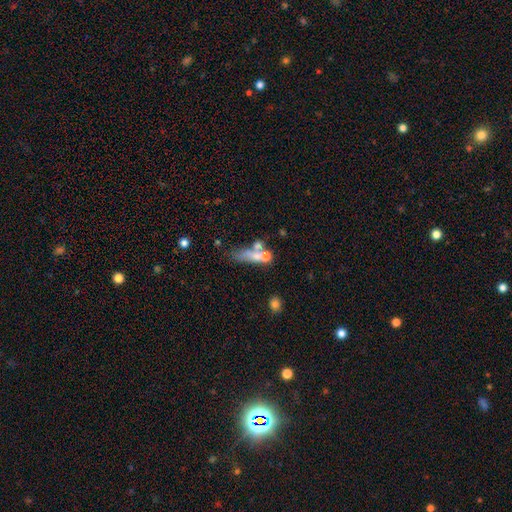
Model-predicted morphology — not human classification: Smooth or featured?
  - smooth: 53% *
  - featured or disk: 32%
  - star or artifact: 15%
How rounded?
  - in between: 42% *
  - cigar-shaped: 37%
  - round: 20%
Merging?
  - merger: 37% *
  - none: 32%
  - major disturbance: 16%
  - minor disturbance: 15%